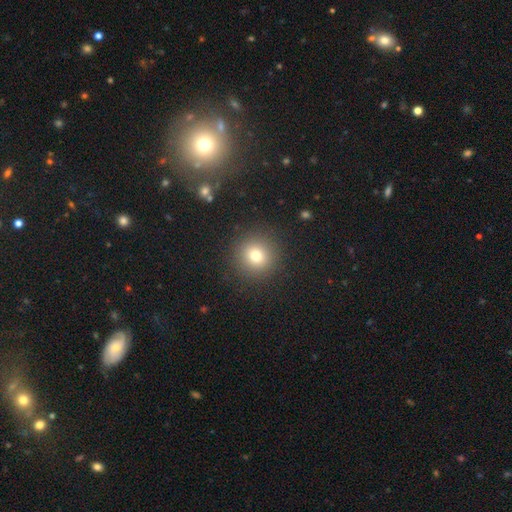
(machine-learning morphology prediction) This is likely a smooth galaxy (76%). How rounded: clearly round (93%). Merging: clearly none (90%).